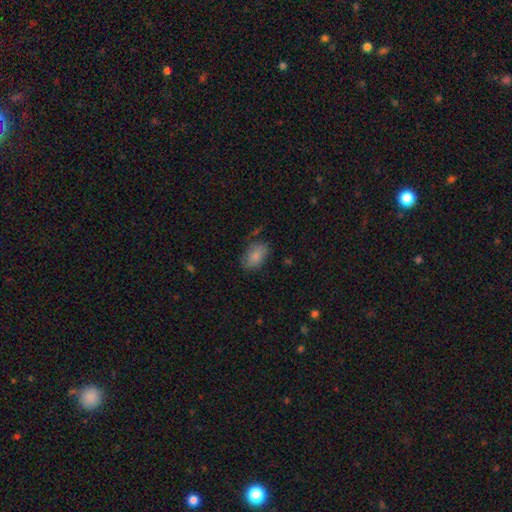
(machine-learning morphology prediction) smooth_or_featured: smooth (p=0.83) [alt: featured or disk p=0.10]
how_rounded: in between (p=0.87) [alt: round p=0.11]
merging: none (p=0.71) [alt: minor disturbance p=0.21]